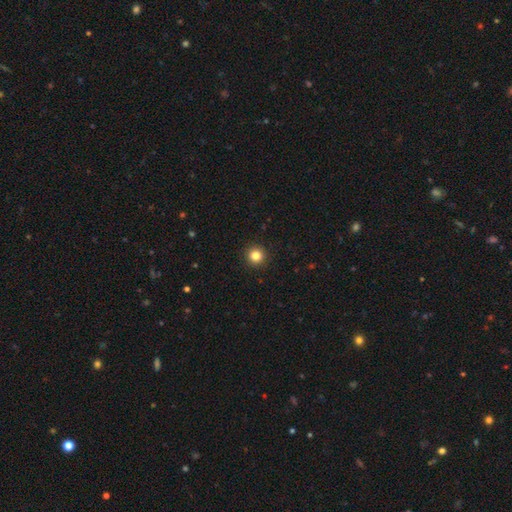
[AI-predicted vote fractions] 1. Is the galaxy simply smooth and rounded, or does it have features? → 83% smooth, 12% star or artifact, 5% featured or disk.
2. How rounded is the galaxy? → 96% round, 3% in between, 1% cigar-shaped.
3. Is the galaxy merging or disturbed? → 93% none, 4% minor disturbance, 2% major disturbance, 1% merger.